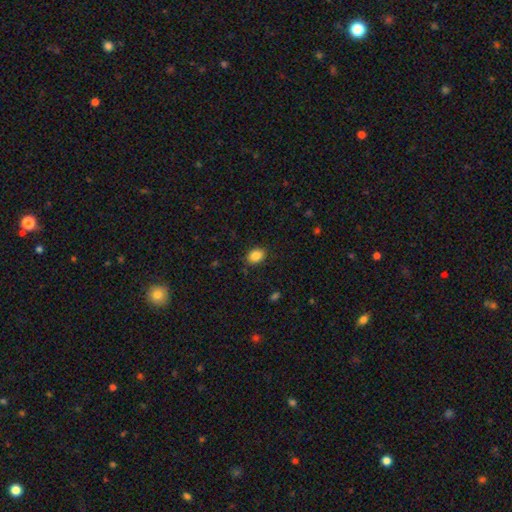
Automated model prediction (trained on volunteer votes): Smooth or featured?
  - smooth: 86% *
  - star or artifact: 9%
  - featured or disk: 5%
How rounded?
  - in between: 68% *
  - round: 31%
  - cigar-shaped: 1%
Merging?
  - none: 86% *
  - minor disturbance: 10%
  - major disturbance: 3%
  - merger: 1%